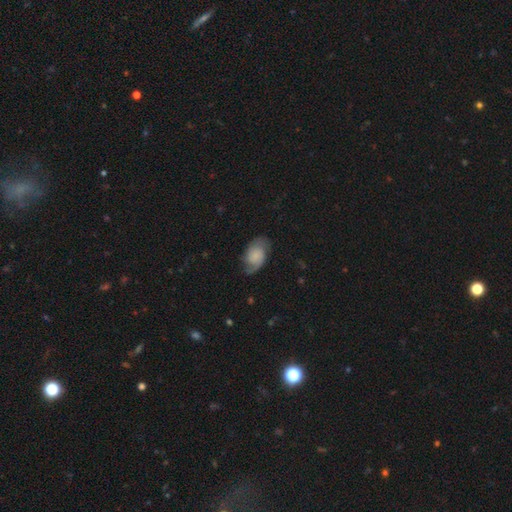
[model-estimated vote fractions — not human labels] smooth-or-featured: featured or disk: 64% | smooth: 28% | star or artifact: 7%
  disk-edge-on: no: 97% | yes: 3%
    bar: no: 73% | weak: 23% | strong: 4%
    has-spiral-arms: yes: 93% | no: 7%
      spiral-winding: medium: 44% | loose: 30% | tight: 25%
      spiral-arm-count: 2: 86% | can't tell: 6% | 1: 4% | 3: 2% | 4: 1% | more than 4: 1%
    bulge-size: small: 44% | none: 31% | moderate: 15% | large: 7% | dominant: 3%
  merging: none: 67% | minor disturbance: 21% | major disturbance: 10% | merger: 1%